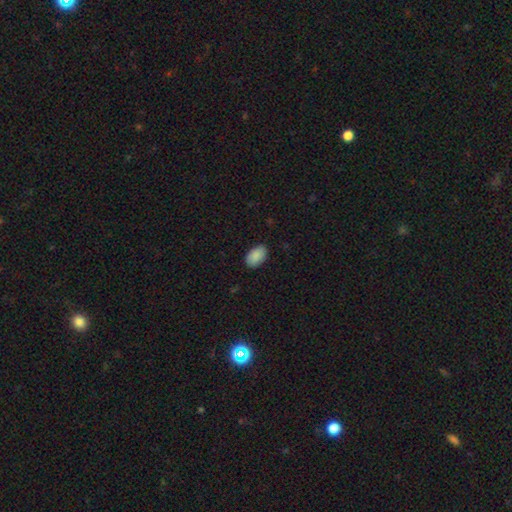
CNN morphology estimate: Smooth or featured? smooth (89%)
How rounded? in between (93%)
Merging? none (86%)